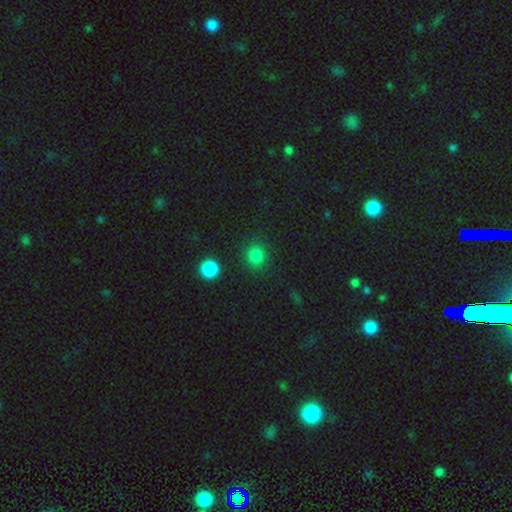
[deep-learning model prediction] This is clearly a smooth galaxy (83%). How rounded: clearly round (86%). Merging: clearly none (88%).